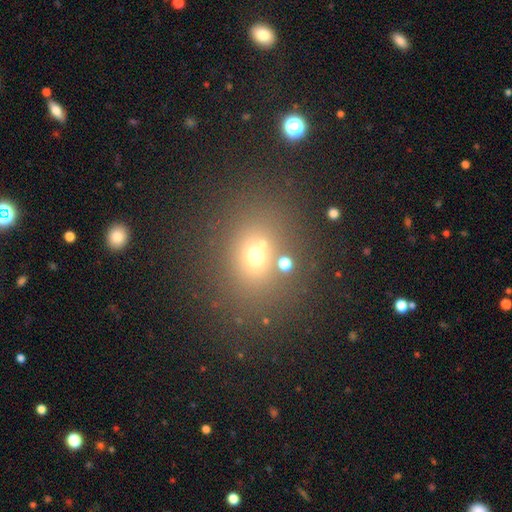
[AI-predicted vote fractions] Smooth or featured?
  - smooth: 63% *
  - star or artifact: 25%
  - featured or disk: 12%
How rounded?
  - round: 61% *
  - in between: 38%
  - cigar-shaped: 1%
Merging?
  - none: 73% *
  - merger: 12%
  - minor disturbance: 10%
  - major disturbance: 5%